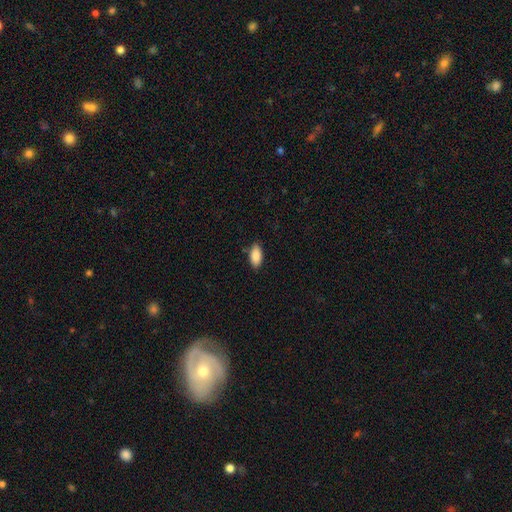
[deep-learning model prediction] Smooth or featured? smooth (89%)
How rounded? in between (91%)
Merging? none (85%)